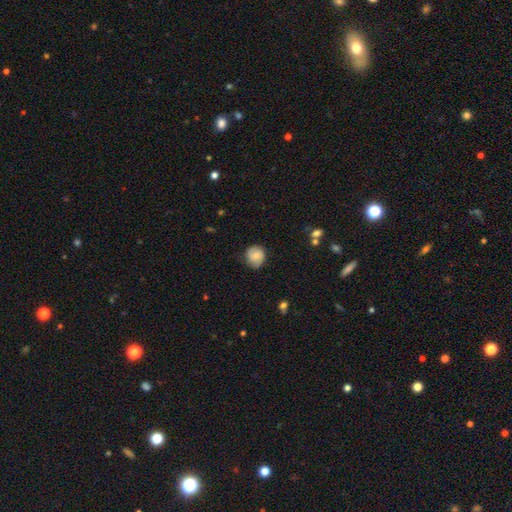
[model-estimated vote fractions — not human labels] smooth 49%, featured or disk 43%, star or artifact 8%. Down the decision tree: merging — none (71%).